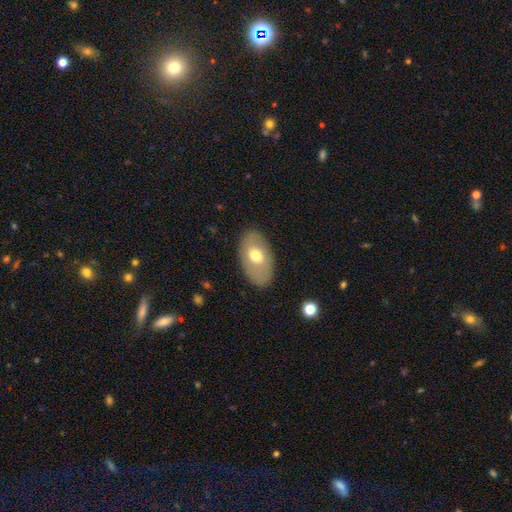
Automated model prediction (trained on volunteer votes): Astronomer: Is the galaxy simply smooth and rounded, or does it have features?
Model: smooth — 62%.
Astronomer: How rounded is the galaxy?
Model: in between — 91%.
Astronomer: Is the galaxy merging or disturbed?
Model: none — 84%.